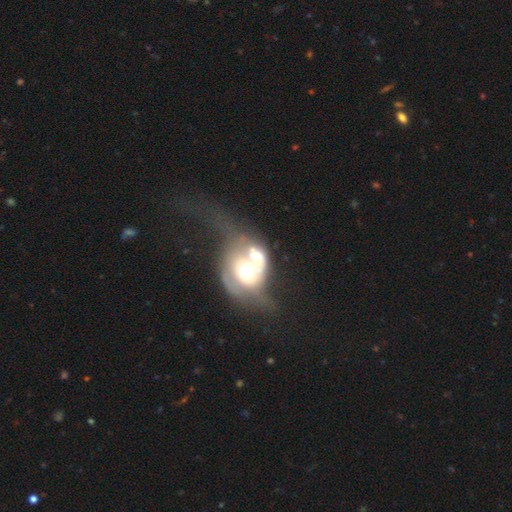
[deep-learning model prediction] Q: Smooth or featured?
A: featured or disk (63%); runner-up: smooth (28%)
Q: Edge-on disk?
A: no (95%); runner-up: yes (5%)
Q: Bar?
A: no (81%); runner-up: weak (14%)
Q: Spiral arms?
A: no (51%); runner-up: yes (49%)
Q: Bulge size?
A: moderate (46%); runner-up: large (39%)
Q: Merging?
A: merger (62%); runner-up: major disturbance (20%)